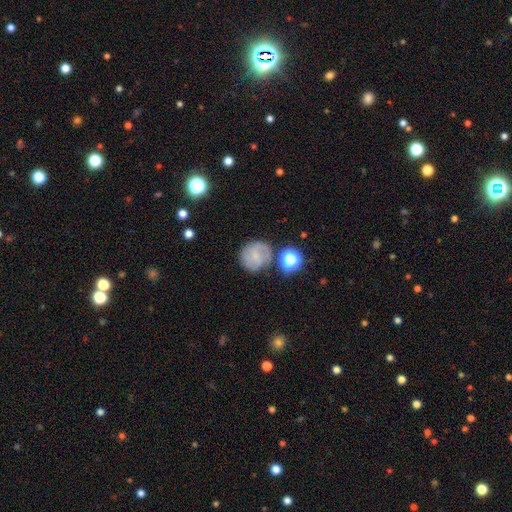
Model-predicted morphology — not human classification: smooth_or_featured: smooth (p=0.48) [alt: featured or disk p=0.39]
merging: none (p=0.69) [alt: minor disturbance p=0.17]